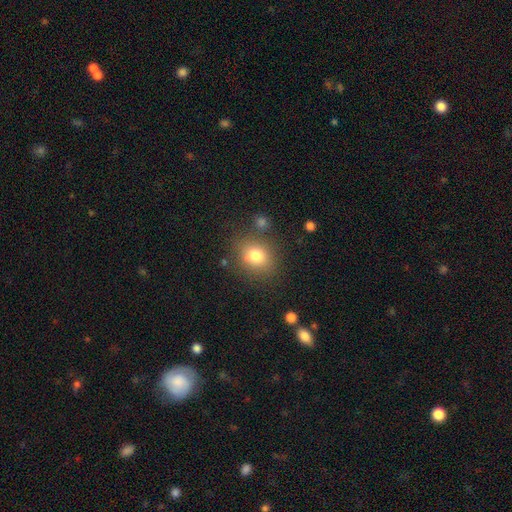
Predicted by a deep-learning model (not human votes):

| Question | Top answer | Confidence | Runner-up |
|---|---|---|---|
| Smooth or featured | smooth | 78% | star or artifact (12%) |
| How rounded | round | 58% | in between (41%) |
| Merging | none | 75% | minor disturbance (13%) |